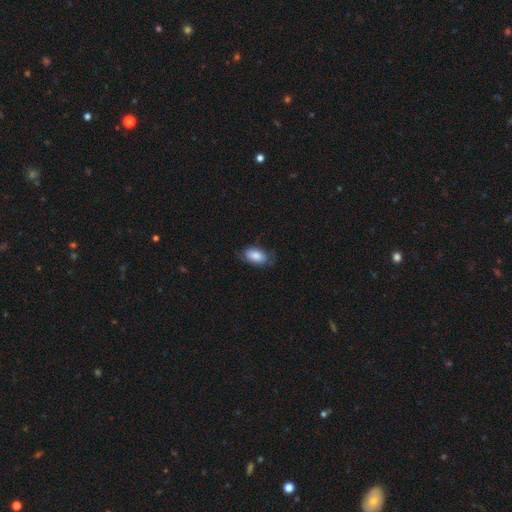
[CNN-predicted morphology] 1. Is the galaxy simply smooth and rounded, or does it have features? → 80% smooth, 14% featured or disk, 7% star or artifact.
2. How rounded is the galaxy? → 92% in between, 5% round, 3% cigar-shaped.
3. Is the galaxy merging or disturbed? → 69% none, 23% minor disturbance, 7% major disturbance, 1% merger.